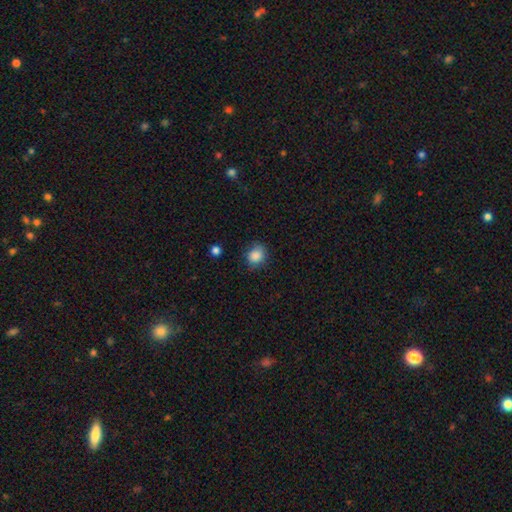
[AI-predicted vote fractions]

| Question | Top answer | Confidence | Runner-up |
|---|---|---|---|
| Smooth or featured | smooth | 86% | star or artifact (9%) |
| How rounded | round | 69% | in between (30%) |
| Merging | none | 73% | minor disturbance (21%) |